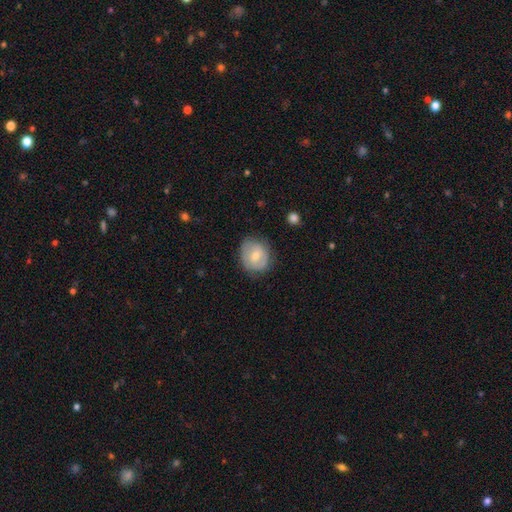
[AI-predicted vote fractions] Smooth or featured: smooth — 54% (featured or disk — 39%)
How rounded: round — 64% (in between — 35%)
Merging: none — 70% (minor disturbance — 22%)